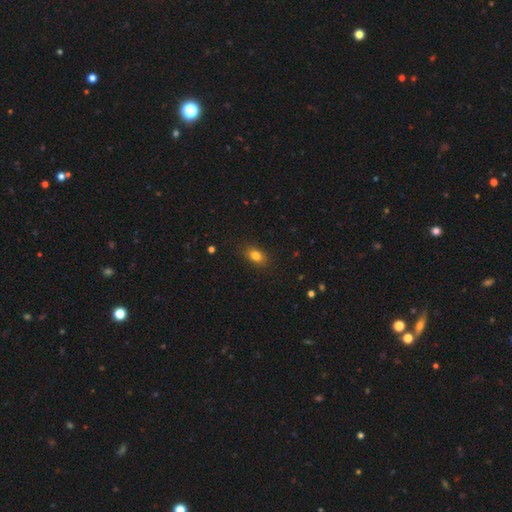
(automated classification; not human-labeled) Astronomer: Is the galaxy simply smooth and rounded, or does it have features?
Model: smooth — 82%.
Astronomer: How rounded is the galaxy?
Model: in between — 79%.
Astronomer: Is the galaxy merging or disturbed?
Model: none — 85%.